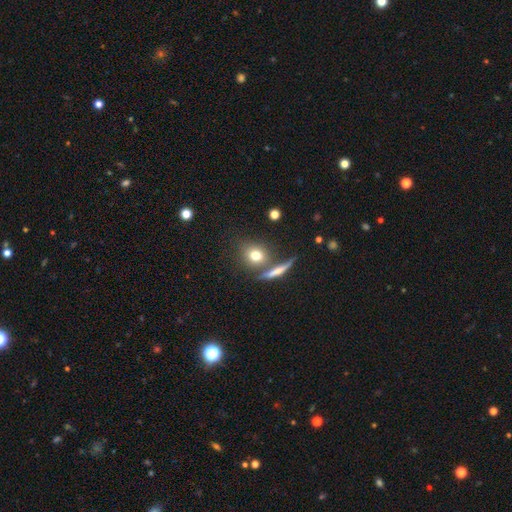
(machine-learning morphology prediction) The model was most divided on "merging": none: 66%, merger: 17%, minor disturbance: 11%, major disturbance: 5%. More confident: how rounded — round (75%); smooth or featured — smooth (73%).